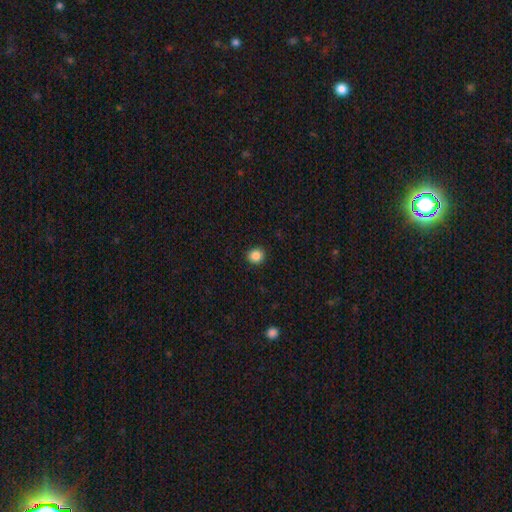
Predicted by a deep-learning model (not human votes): A smooth galaxy with no disk features (87%) that is round (84%). Merging: none (91%).